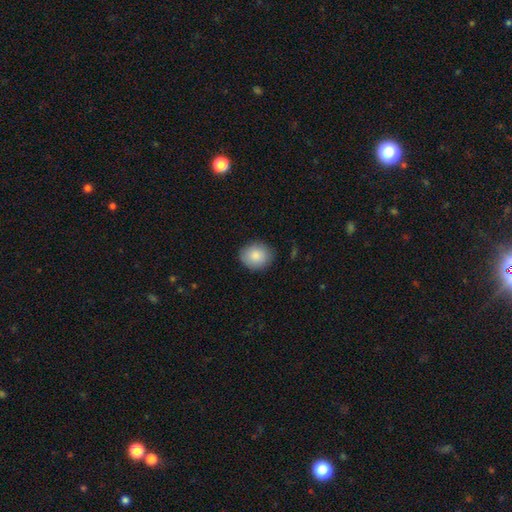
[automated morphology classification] A smooth galaxy with no disk features (86%) that is round (65%).

Vote fractions:
- Smooth or featured? smooth: 86% / star or artifact: 7% / featured or disk: 7%
- How rounded? round: 65% / in between: 34% / cigar-shaped: 1%
- Merging? none: 85% / minor disturbance: 12% / major disturbance: 2% / merger: 1%